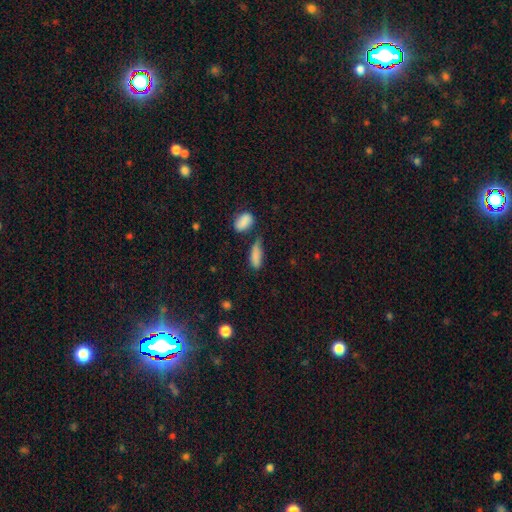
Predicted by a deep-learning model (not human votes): This appears to be a smooth galaxy with no disk features (83%) that is in between round and cigar-shaped (64%). Merging: none (46%).